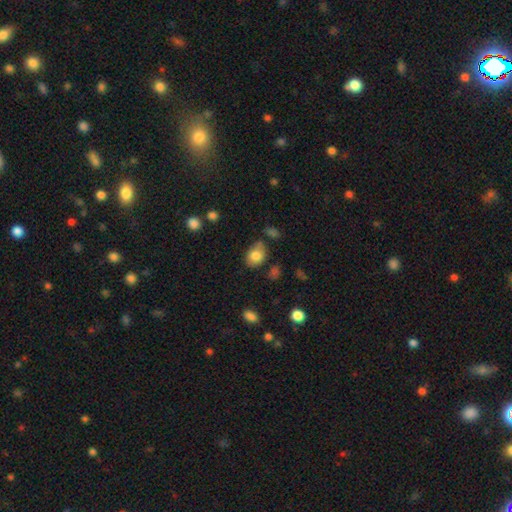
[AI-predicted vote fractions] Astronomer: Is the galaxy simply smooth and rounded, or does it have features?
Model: smooth — 81%.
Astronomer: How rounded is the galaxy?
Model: in between — 68%.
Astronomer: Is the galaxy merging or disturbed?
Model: none — 62%.